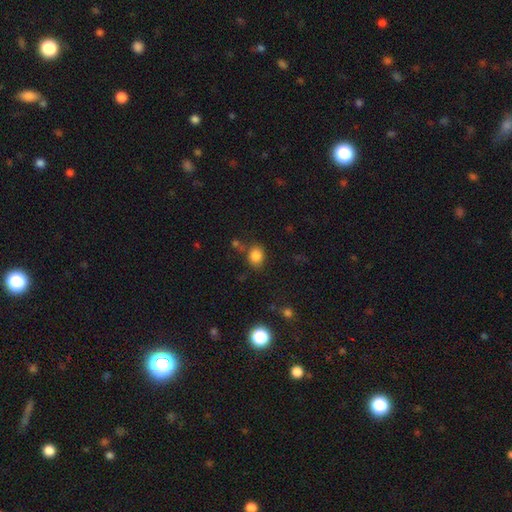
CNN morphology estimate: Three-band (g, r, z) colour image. It shows a smooth galaxy with no disk features (83%) that is round (54%). Merging: none (69%).